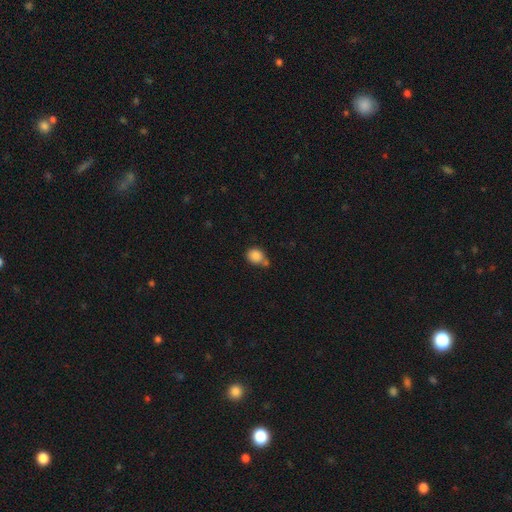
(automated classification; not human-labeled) A smooth galaxy with no disk features (85%) that is round (66%).

Vote fractions:
- Smooth or featured? smooth: 85% / star or artifact: 9% / featured or disk: 5%
- How rounded? round: 66% / in between: 33% / cigar-shaped: 1%
- Merging? none: 49% / merger: 27% / minor disturbance: 19% / major disturbance: 5%